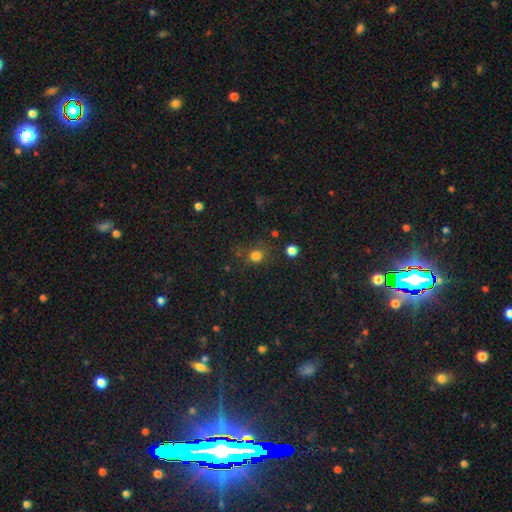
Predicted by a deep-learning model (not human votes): Overall: smooth (77%). How rounded: round (83%). Merging: none (71%).